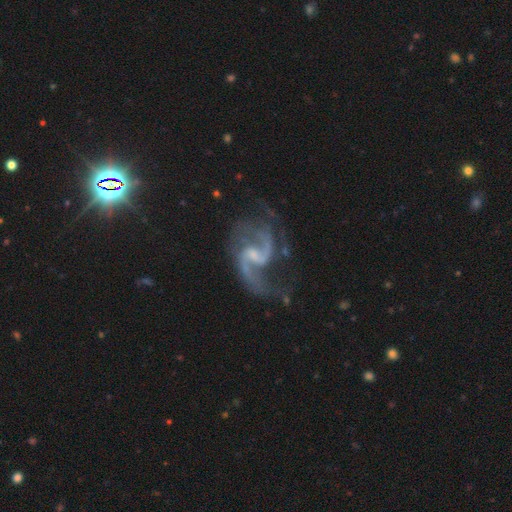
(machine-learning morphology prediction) This is clearly a featured or disk galaxy (91%). It is clearly not viewed edge-on (98%). Bar: possibly weak (57%). Spiral arm pattern: clearly yes (97%). Spiral arm count: clearly 2 (88%). Spiral winding: possibly loose (49%). Central bulge: possibly small (53%). Merging: possibly none (57%).